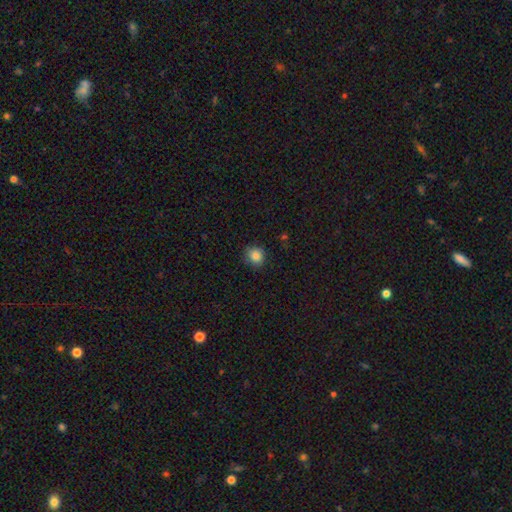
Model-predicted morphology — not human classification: Smooth or featured? smooth (85%)
How rounded? round (86%)
Merging? none (84%)